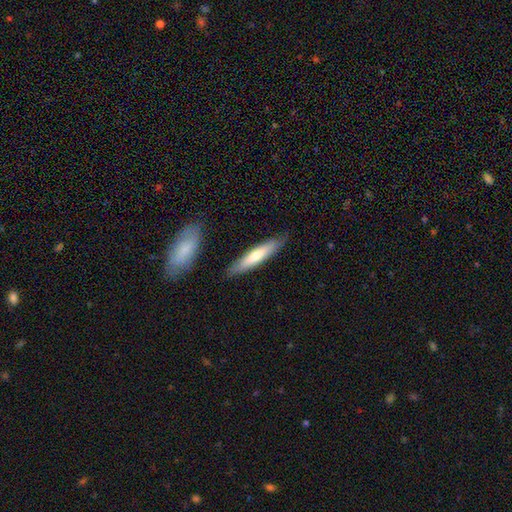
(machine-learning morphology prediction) A smooth galaxy with no disk features (62%) that is cigar-shaped (84%). Merging: none (83%).